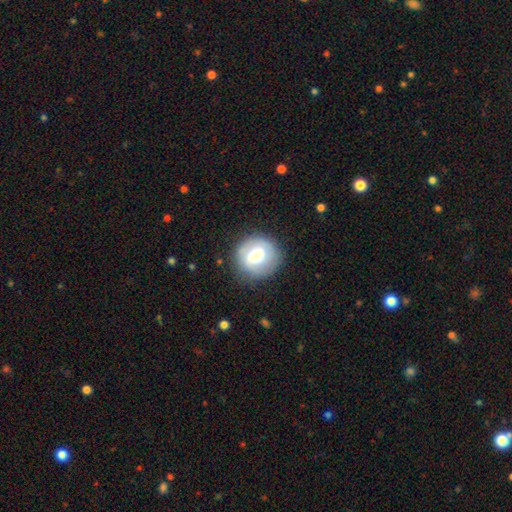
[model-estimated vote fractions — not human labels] smooth 61%, featured or disk 32%, star or artifact 8%. Down the decision tree: how rounded — round (90%); merging — none (83%).